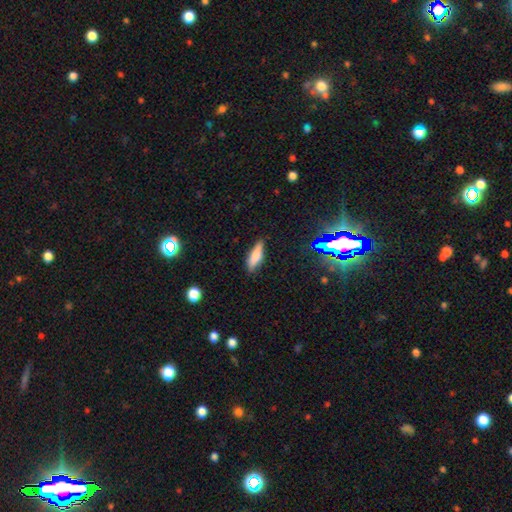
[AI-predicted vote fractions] Overall: smooth (68%). How rounded: cigar-shaped (52%; in between 45%). Merging: none (82%).